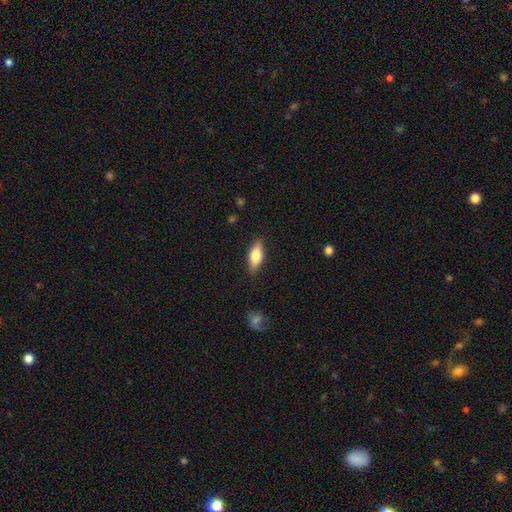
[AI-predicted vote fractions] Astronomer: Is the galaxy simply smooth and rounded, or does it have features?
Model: smooth — 66%.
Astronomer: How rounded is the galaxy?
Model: in between — 71%.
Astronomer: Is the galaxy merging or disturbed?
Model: none — 86%.